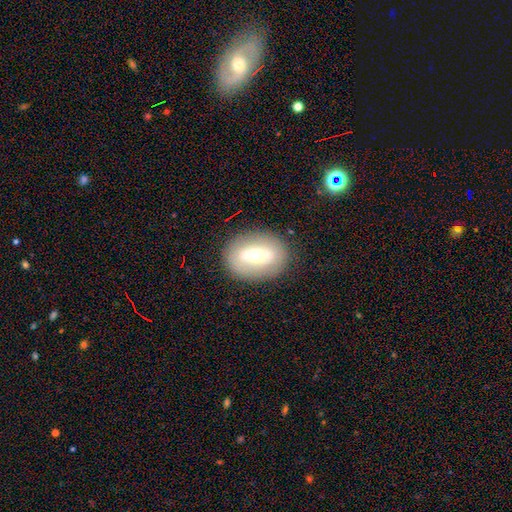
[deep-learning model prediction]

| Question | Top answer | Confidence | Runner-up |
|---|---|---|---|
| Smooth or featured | featured or disk | 47% | smooth (45%) |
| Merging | none | 83% | minor disturbance (11%) |